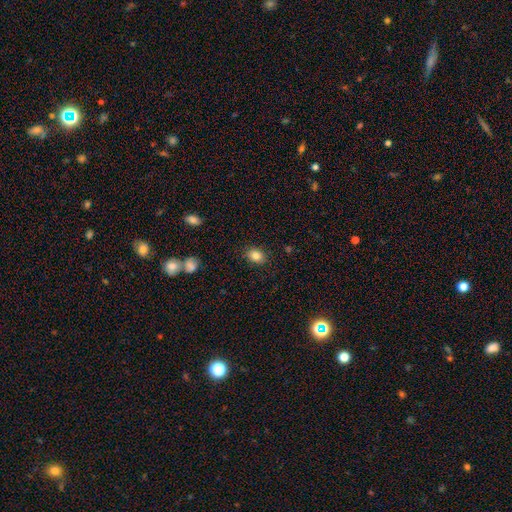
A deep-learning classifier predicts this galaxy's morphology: Overall: smooth (84%). How rounded: in between (63%; round 36%). Merging: none (87%).